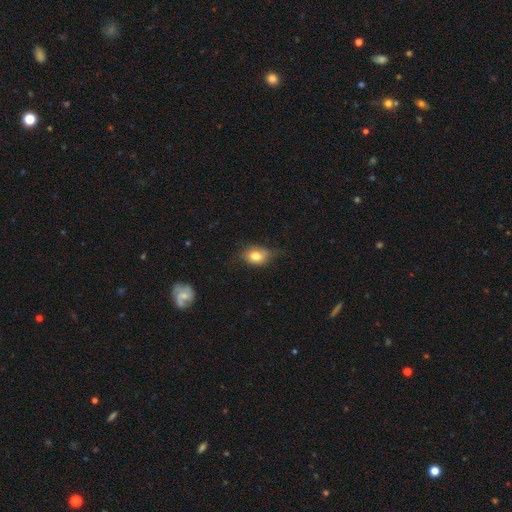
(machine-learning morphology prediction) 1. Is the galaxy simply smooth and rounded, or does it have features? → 75% smooth, 15% featured or disk, 9% star or artifact.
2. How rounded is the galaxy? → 64% in between, 34% round, 2% cigar-shaped.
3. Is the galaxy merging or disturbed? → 54% none, 33% minor disturbance, 11% major disturbance, 2% merger.